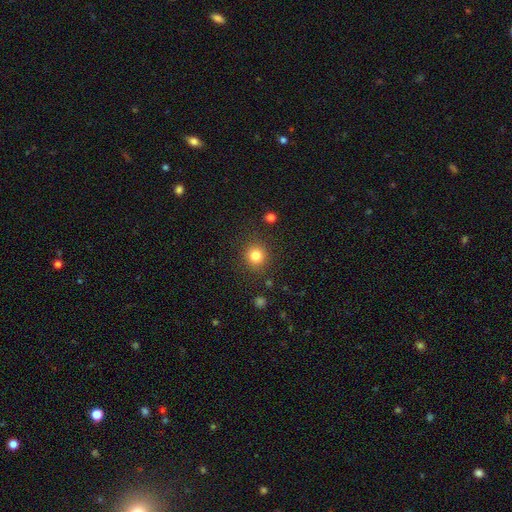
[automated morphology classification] smooth_or_featured: smooth (p=0.81) [alt: star or artifact p=0.12]
how_rounded: round (p=0.91) [alt: in between p=0.09]
merging: none (p=0.88) [alt: minor disturbance p=0.07]